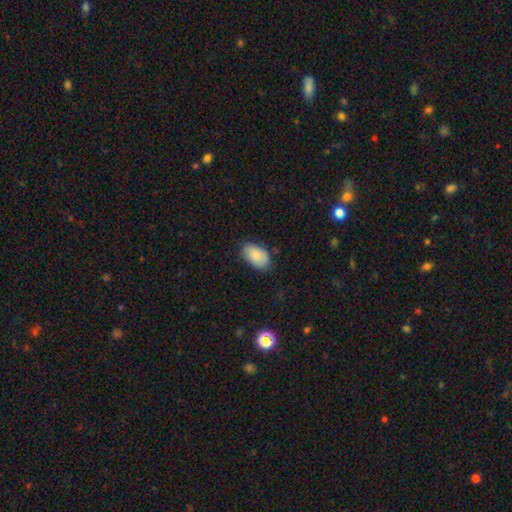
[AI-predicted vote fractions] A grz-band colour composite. It shows a smooth galaxy with no disk features (82%) that is in between round and cigar-shaped (92%). Merging: none (77%).